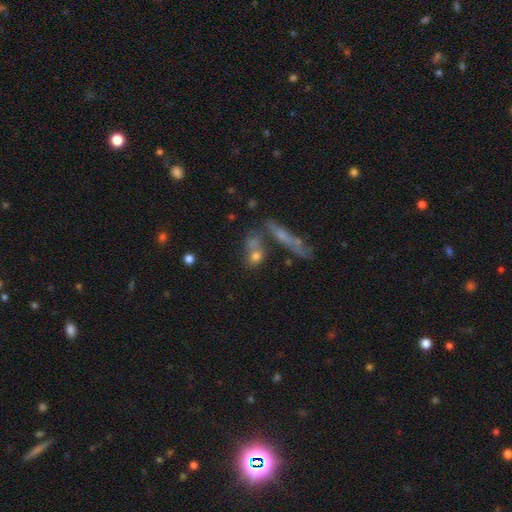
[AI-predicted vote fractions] smooth_or_featured: smooth (p=0.68) [alt: featured or disk p=0.18]
how_rounded: round (p=0.50) [alt: in between p=0.34]
merging: none (p=0.46) [alt: merger p=0.34]